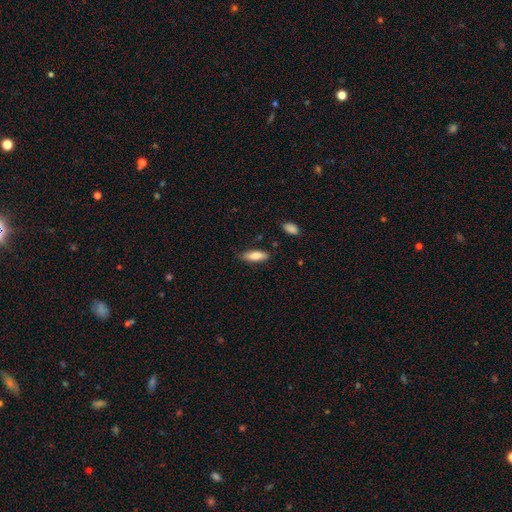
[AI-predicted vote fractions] The model was most divided on "how rounded": in between: 57%, cigar-shaped: 41%, round: 2%. More confident: smooth or featured — smooth (81%); merging — none (79%).